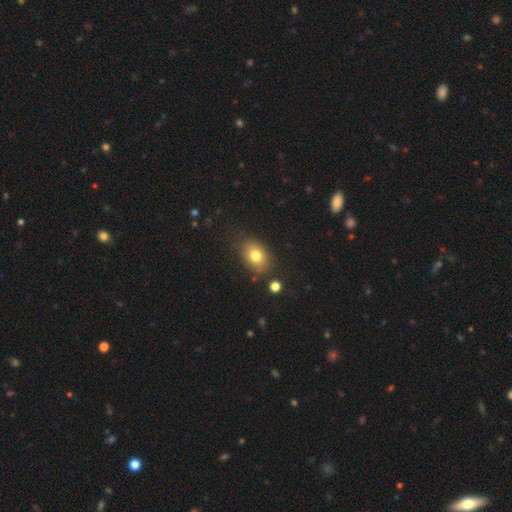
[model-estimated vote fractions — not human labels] smooth-or-featured: smooth: 77% | featured or disk: 13% | star or artifact: 10%
  how-rounded: in between: 74% | round: 25% | cigar-shaped: 1%
  merging: none: 80% | minor disturbance: 13% | major disturbance: 4% | merger: 3%